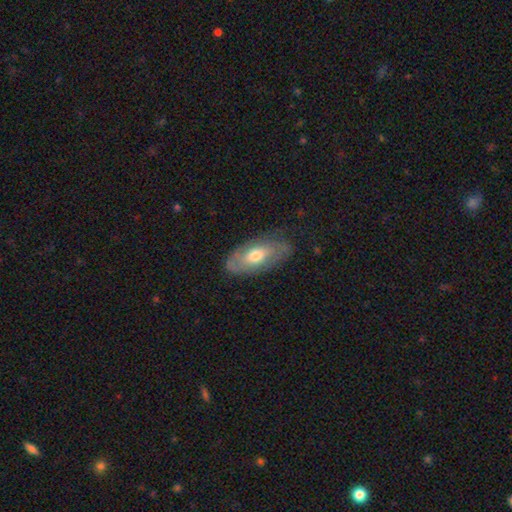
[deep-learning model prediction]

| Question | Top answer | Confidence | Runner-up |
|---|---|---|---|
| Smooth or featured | featured or disk | 52% | smooth (42%) |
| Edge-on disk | no | 85% | yes (15%) |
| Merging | none | 74% | minor disturbance (19%) |